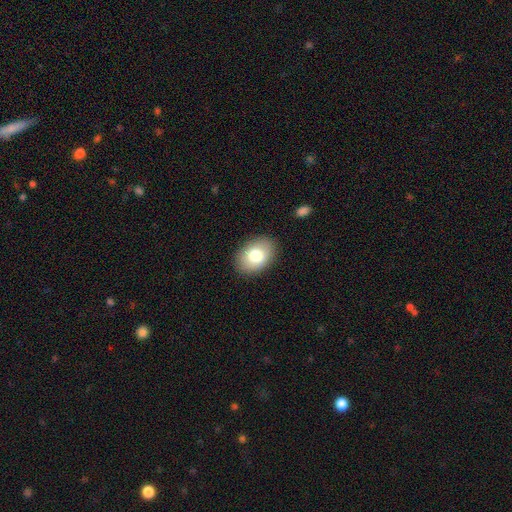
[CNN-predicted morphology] The model was most divided on "how rounded": in between: 81%, round: 18%, cigar-shaped: 1%. More confident: merging — none (88%); smooth or featured — smooth (80%).